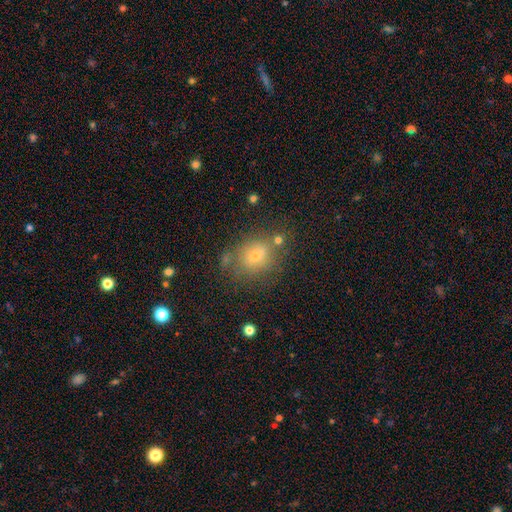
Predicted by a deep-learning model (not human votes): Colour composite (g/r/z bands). It shows a smooth galaxy with no disk features (64%) that is round (66%). Merging: none (68%).